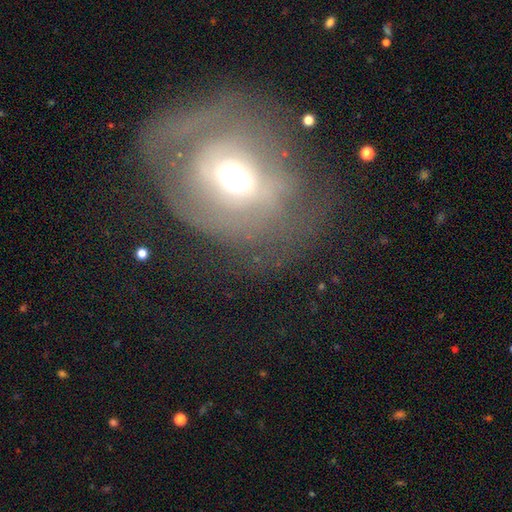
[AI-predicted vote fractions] Morphology: type=featured or disk (64%); edge-on=no (94%); bar=no (51%); spiral arms=yes (55%); bulge=moderate (65%); merging=none (52%).